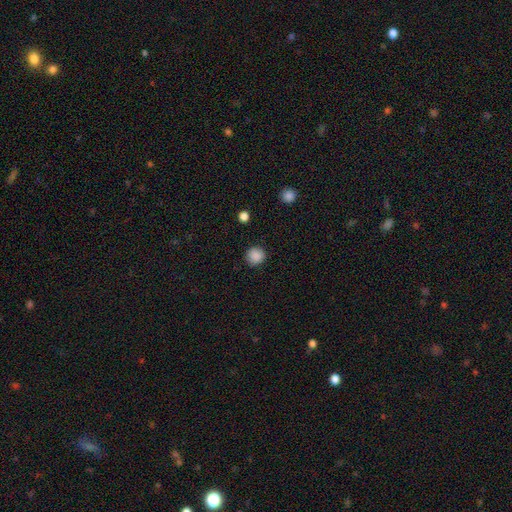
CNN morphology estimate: Q: Smooth or featured?
A: smooth (88%); runner-up: star or artifact (10%)
Q: How rounded?
A: round (92%); runner-up: in between (7%)
Q: Merging?
A: none (90%); runner-up: minor disturbance (7%)